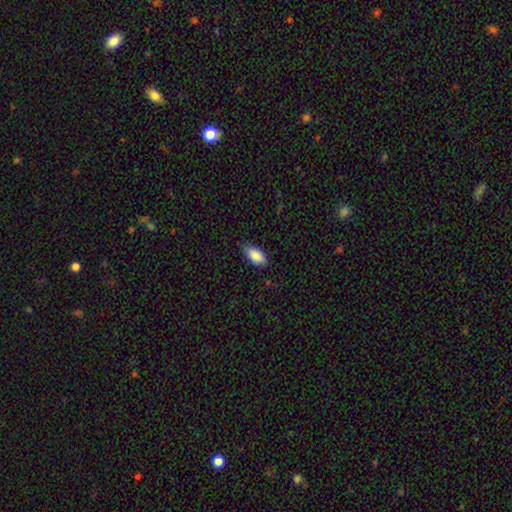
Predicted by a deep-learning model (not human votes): This appears to be a smooth galaxy with no disk features (88%) that is in between round and cigar-shaped (91%). Merging: none (83%).